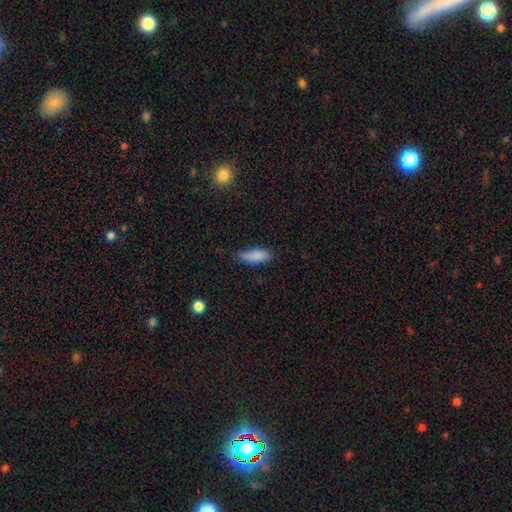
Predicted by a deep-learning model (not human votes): Smooth or featured? smooth (86%)
How rounded? in between (69%)
Merging? none (65%)